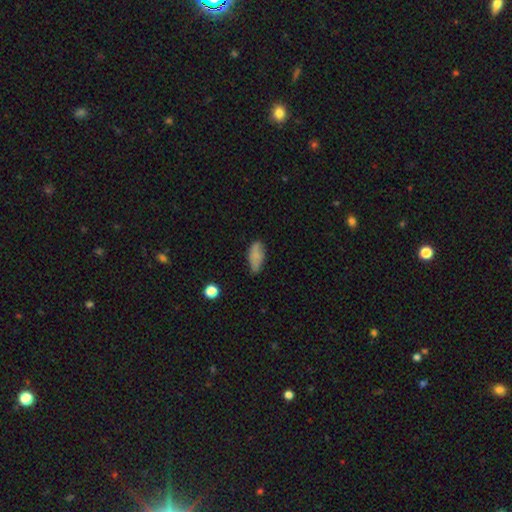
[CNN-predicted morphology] This is likely a smooth galaxy (78%). How rounded: clearly in between (86%). Merging: likely none (62%).